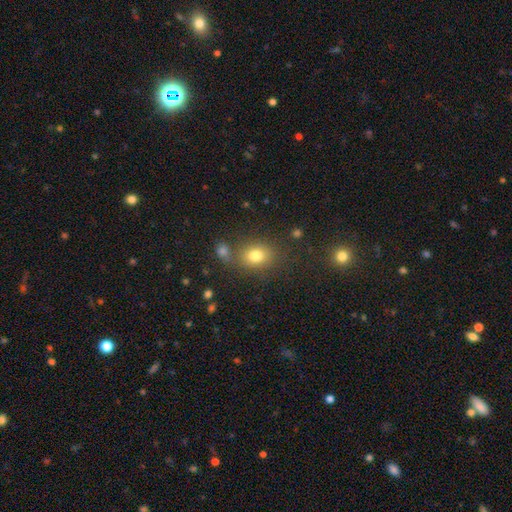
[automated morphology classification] The model was most divided on "how rounded": round: 50%, in between: 49%, cigar-shaped: 1%. More confident: smooth or featured — smooth (77%); merging — none (69%).